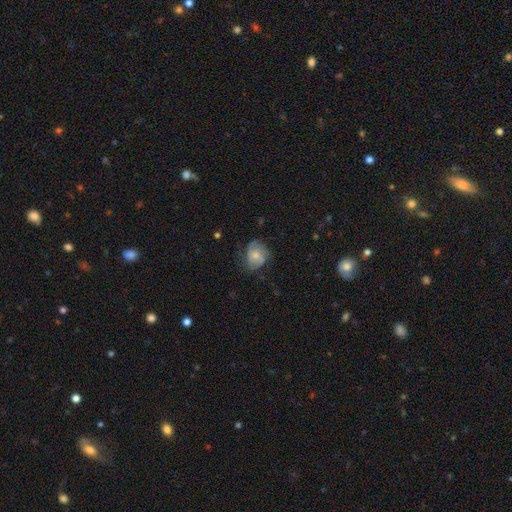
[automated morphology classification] A featured or disk galaxy (53%) with no bar (72%), spiral arms (83%) and a moderate central bulge (45%).

Vote fractions:
- Smooth or featured? featured or disk: 53% / smooth: 39% / star or artifact: 8%
- Edge-on disk? no: 97% / yes: 3%
- Bar? no: 72% / weak: 24% / strong: 4%
- Spiral arms? yes: 83% / no: 17%
- Bulge size? moderate: 45% / small: 44% / none: 6% / large: 4% / dominant: 1%
- Merging? none: 58% / minor disturbance: 27% / major disturbance: 13% / merger: 1%